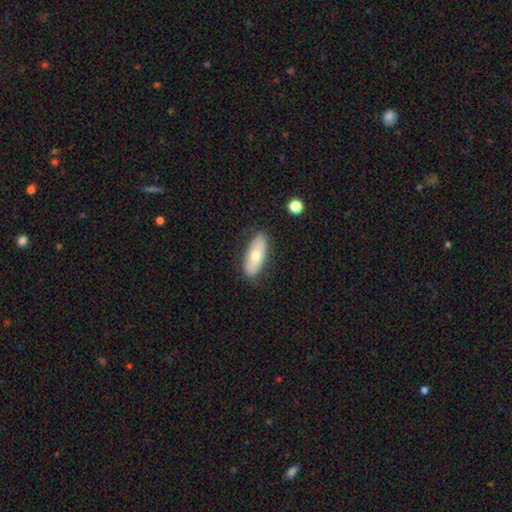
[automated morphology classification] Smooth or featured? smooth (68%)
How rounded? in between (78%)
Merging? none (85%)